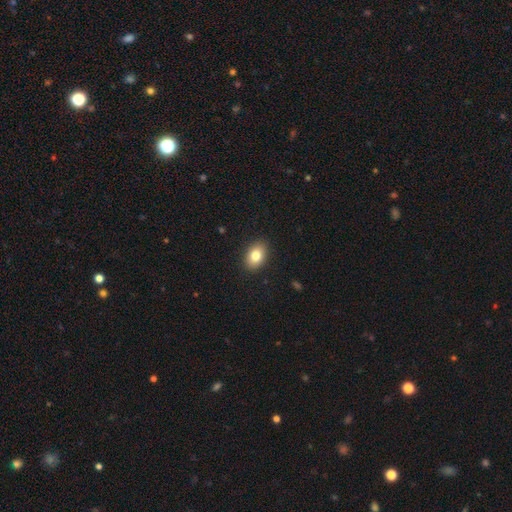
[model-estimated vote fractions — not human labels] Smooth or featured?
  - smooth: 81% *
  - featured or disk: 11%
  - star or artifact: 8%
How rounded?
  - in between: 81% *
  - round: 18%
  - cigar-shaped: 1%
Merging?
  - none: 89% *
  - minor disturbance: 8%
  - major disturbance: 2%
  - merger: 1%